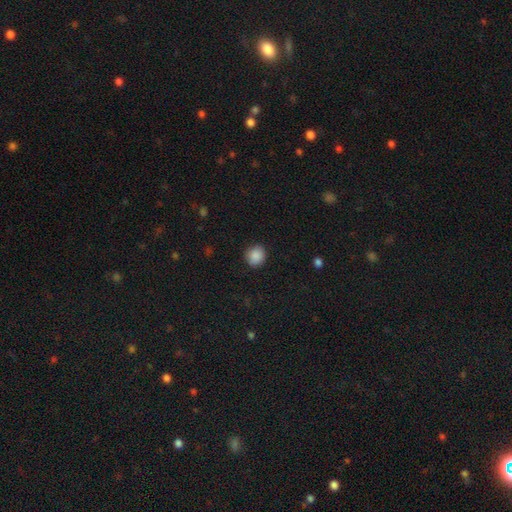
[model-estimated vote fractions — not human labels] A smooth galaxy with no disk features (88%) that is round (83%). Merging: none (87%).